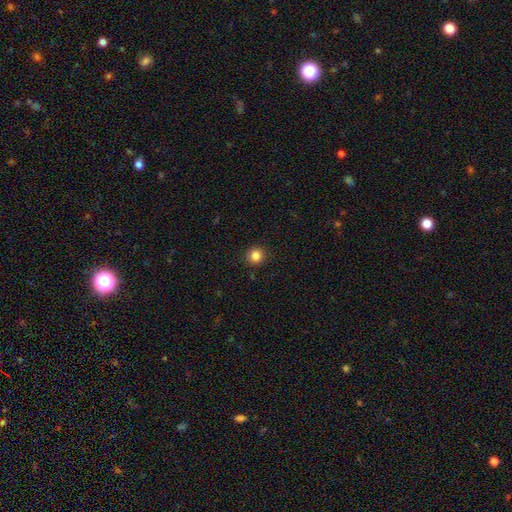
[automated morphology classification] A smooth galaxy with no disk features (84%) that is round (94%).

Vote fractions:
- Smooth or featured? smooth: 84% / star or artifact: 11% / featured or disk: 5%
- How rounded? round: 94% / in between: 5% / cigar-shaped: 1%
- Merging? none: 91% / minor disturbance: 6% / major disturbance: 2% / merger: 1%